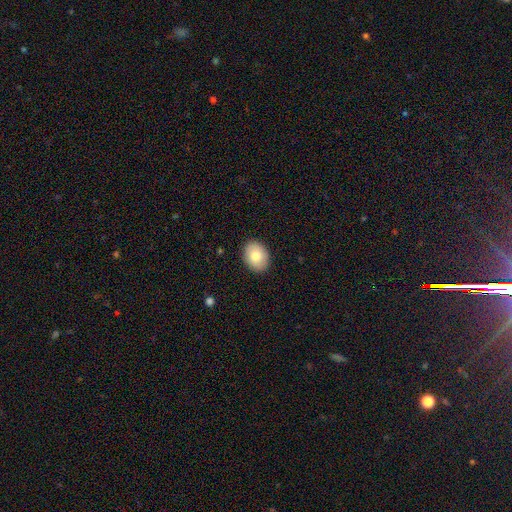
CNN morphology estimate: smooth_or_featured: smooth (p=0.80) [alt: featured or disk p=0.13]
how_rounded: in between (p=0.63) [alt: round p=0.36]
merging: none (p=0.89) [alt: minor disturbance p=0.08]